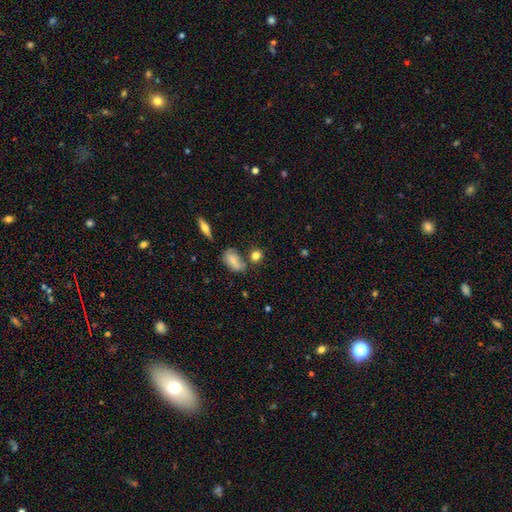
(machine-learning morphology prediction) A smooth galaxy with no disk features (80%) that is round (61%). Merging: none (65%).